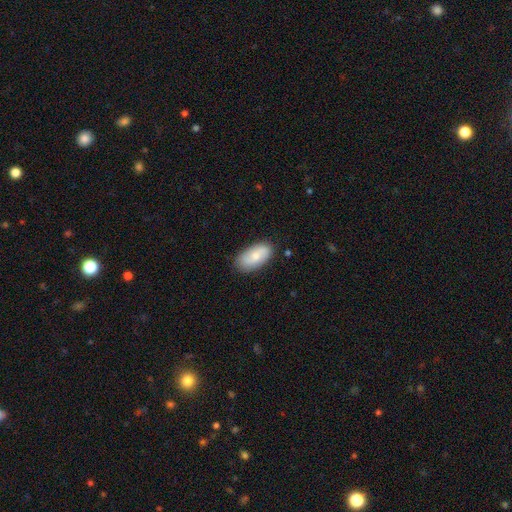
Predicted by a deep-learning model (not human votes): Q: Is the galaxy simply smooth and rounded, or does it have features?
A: smooth — 69%.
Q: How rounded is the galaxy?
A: in between — 93%.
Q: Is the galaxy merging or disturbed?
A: none — 82%.